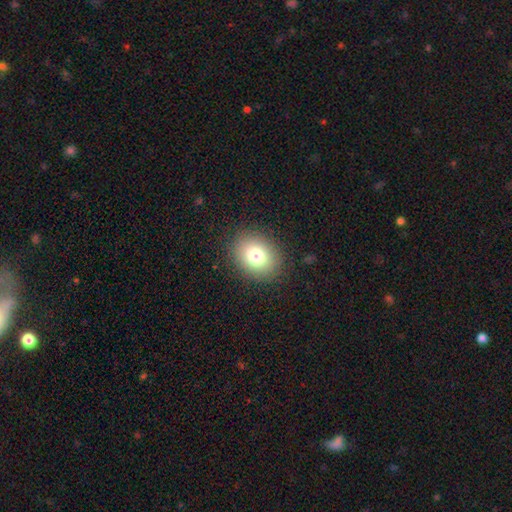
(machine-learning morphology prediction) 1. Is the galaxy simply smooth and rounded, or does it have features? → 79% smooth, 11% star or artifact, 10% featured or disk.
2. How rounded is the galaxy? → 51% round, 48% in between, 1% cigar-shaped.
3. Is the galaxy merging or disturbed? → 88% none, 8% minor disturbance, 3% major disturbance, 1% merger.